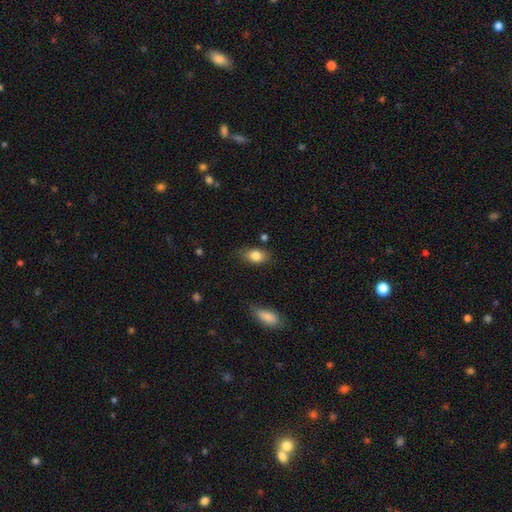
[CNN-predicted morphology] Smooth or featured: smooth — 83% (featured or disk — 9%)
How rounded: in between — 85% (round — 12%)
Merging: none — 77% (minor disturbance — 17%)